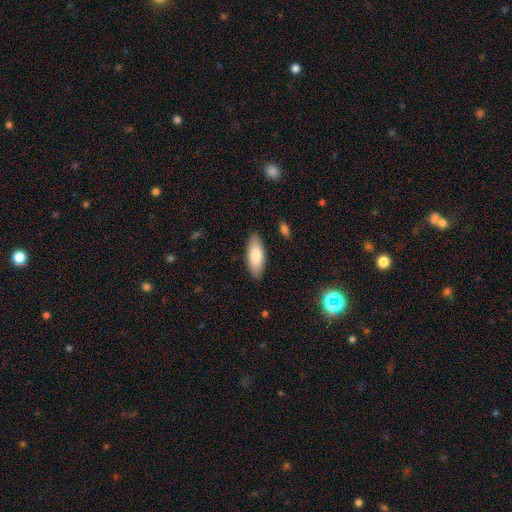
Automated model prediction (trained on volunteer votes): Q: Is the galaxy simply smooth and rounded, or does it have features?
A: smooth — 83%.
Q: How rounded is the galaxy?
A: in between — 77%.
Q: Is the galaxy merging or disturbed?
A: none — 87%.